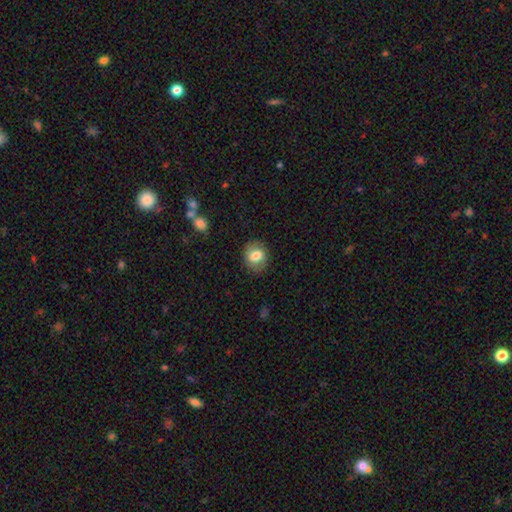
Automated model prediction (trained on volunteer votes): smooth-or-featured: smooth: 74% | featured or disk: 19% | star or artifact: 8%
  how-rounded: round: 56% | in between: 43% | cigar-shaped: 1%
  merging: none: 83% | minor disturbance: 12% | major disturbance: 4% | merger: 1%